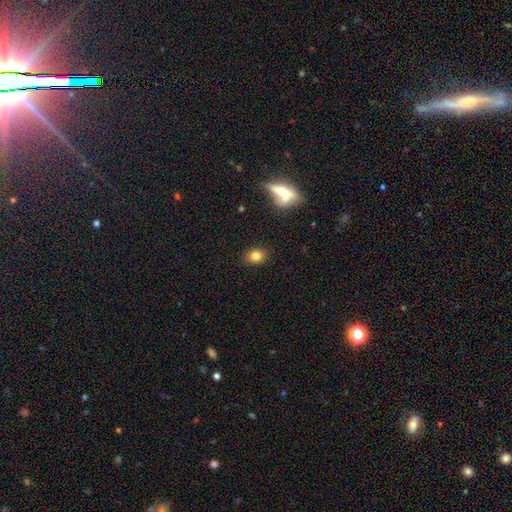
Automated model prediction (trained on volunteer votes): The model was most divided on "how rounded": in between: 58%, round: 40%, cigar-shaped: 2%. More confident: merging — none (88%); smooth or featured — smooth (80%).